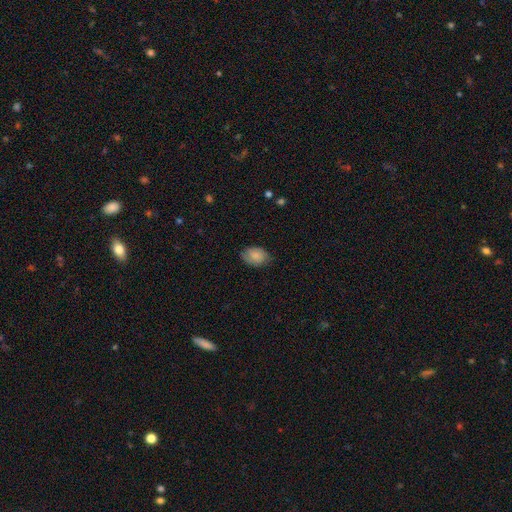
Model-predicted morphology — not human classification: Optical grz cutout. It shows a smooth galaxy with no disk features (70%) that is in between round and cigar-shaped (78%). Merging: none (72%).